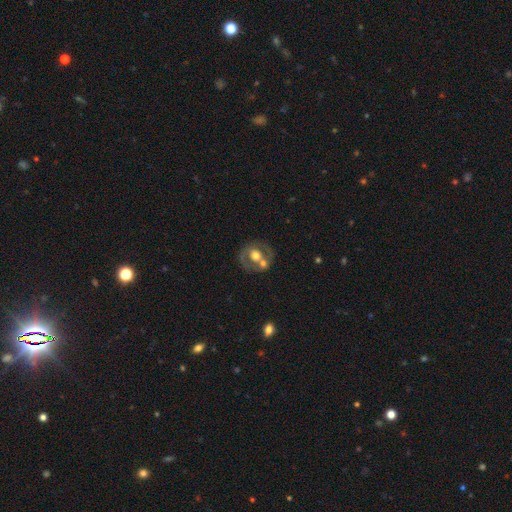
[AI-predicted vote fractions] Smooth or featured? Predicted: featured or disk (p=0.59). Edge-on disk? Predicted: no (p=0.96). Bar? Predicted: no (p=0.73). Spiral arms? Predicted: no (p=0.73). Bulge size? Predicted: moderate (p=0.69). Merging? Predicted: none (p=0.54).